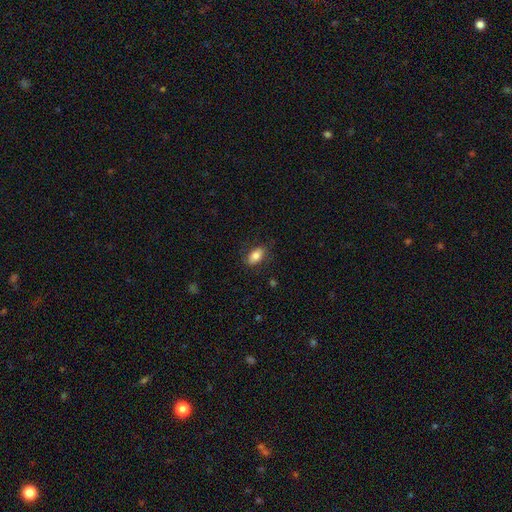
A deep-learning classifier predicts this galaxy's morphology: Overall: smooth (79%). How rounded: in between (89%). Merging: none (80%).